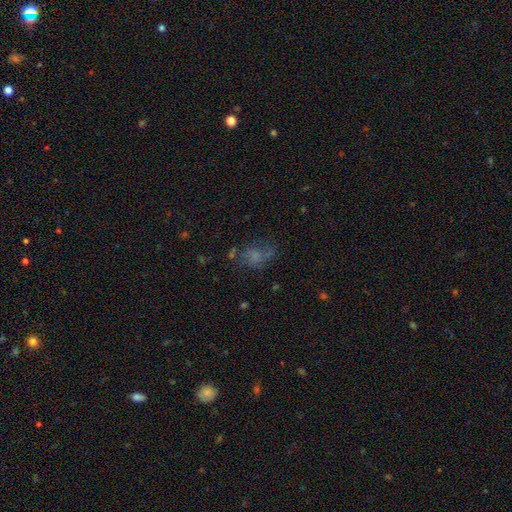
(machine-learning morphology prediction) This appears to be a smooth galaxy with no disk features (46%). Merging: none (43%).